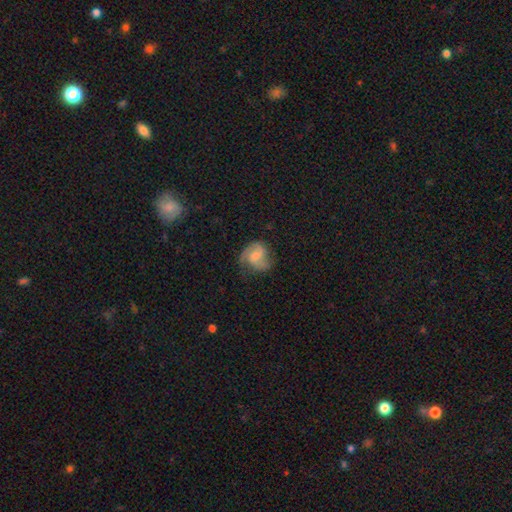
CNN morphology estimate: This appears to be a featured or disk galaxy (71%) with no bar (51%), 2 (81%) medium (50%) spiral arms (94%) and a moderate central bulge (47%). Merging: none (68%).